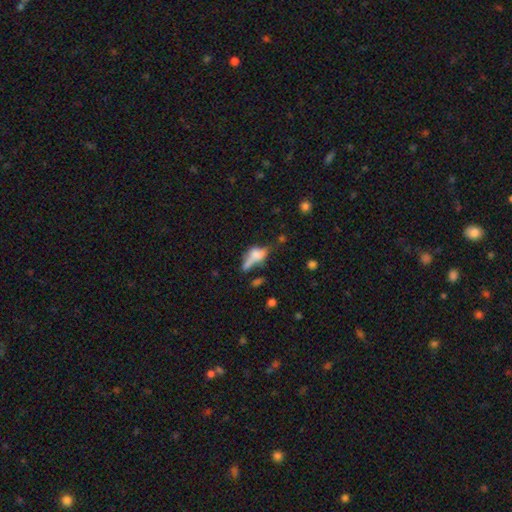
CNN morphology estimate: type=smooth (54%); roundness=in between (63%); merging=none (32%).